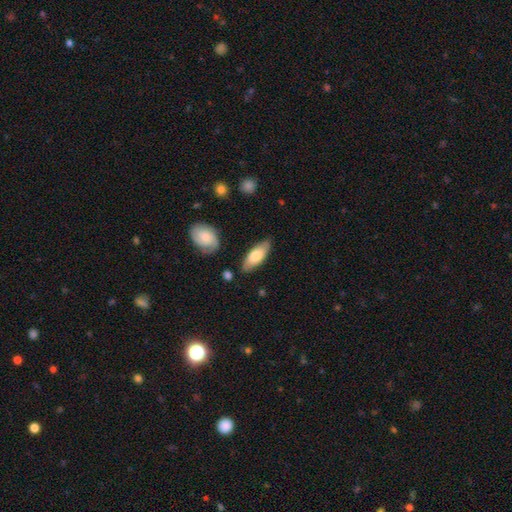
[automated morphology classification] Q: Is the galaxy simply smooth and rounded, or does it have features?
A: smooth — 72%.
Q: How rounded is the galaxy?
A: in between — 77%.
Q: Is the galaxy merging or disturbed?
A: none — 80%.